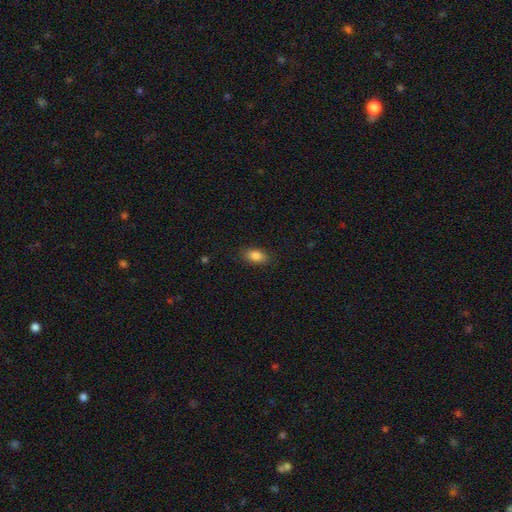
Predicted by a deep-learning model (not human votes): Smooth or featured? Predicted: smooth (p=0.87). How rounded? Predicted: in between (p=0.90). Merging? Predicted: none (p=0.87).